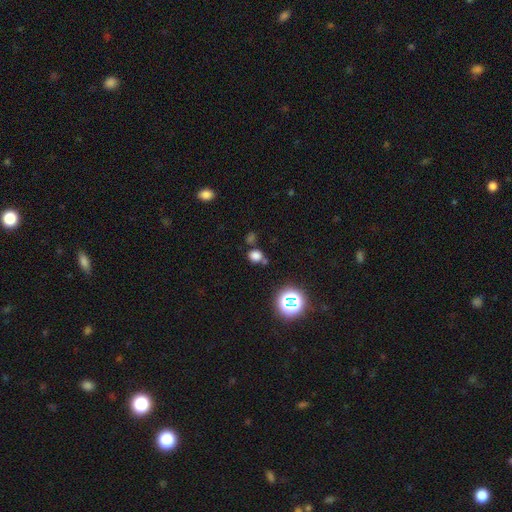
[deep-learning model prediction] This appears to be a smooth galaxy with no disk features (71%) that is round (72%). Merging: none (65%).